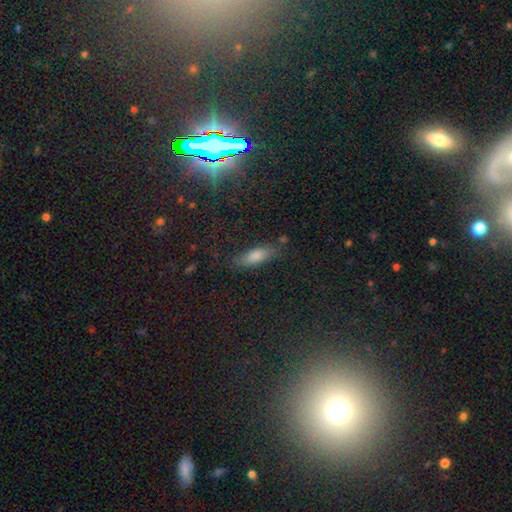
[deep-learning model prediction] smooth 65%, star or artifact 19%, featured or disk 16%. Down the decision tree: how rounded — in between (52%); merging — none (79%).